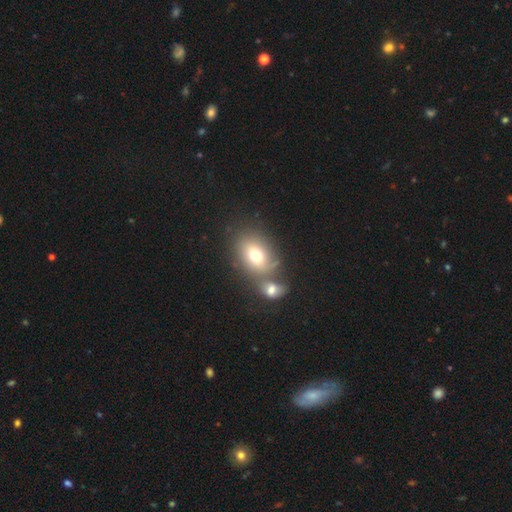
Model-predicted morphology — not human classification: smooth-or-featured: smooth: 71% | featured or disk: 18% | star or artifact: 11%
  how-rounded: in between: 68% | round: 31% | cigar-shaped: 1%
  merging: none: 43% | merger: 40% | minor disturbance: 11% | major disturbance: 6%